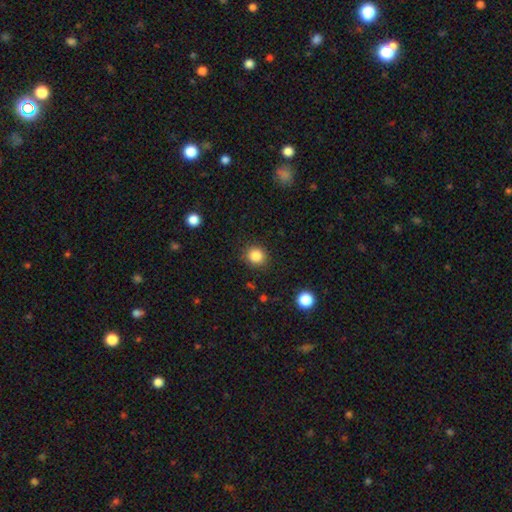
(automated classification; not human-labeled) Overall: smooth (85%). How rounded: round (86%). Merging: none (89%).